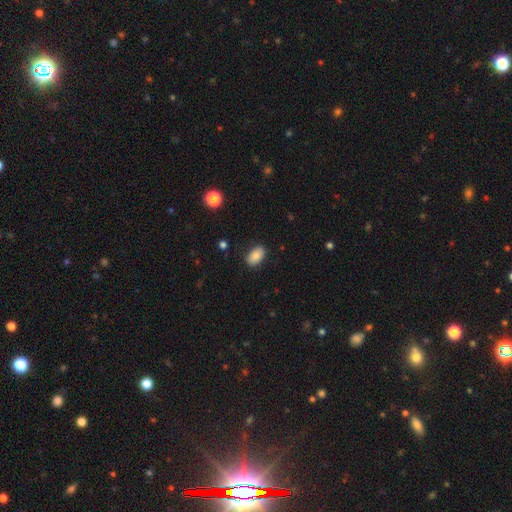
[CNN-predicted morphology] Smooth or featured? Predicted: smooth (p=0.82). How rounded? Predicted: in between (p=0.91). Merging? Predicted: none (p=0.85).